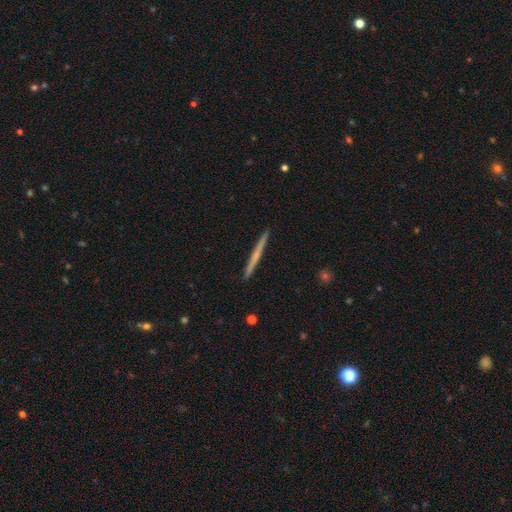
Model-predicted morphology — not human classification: Smooth or featured: featured or disk — 53% (smooth — 42%)
Edge-on disk: yes — 98% (no — 2%)
Edge-on bulge: none — 77% (rounded — 18%)
Merging: none — 93% (minor disturbance — 5%)